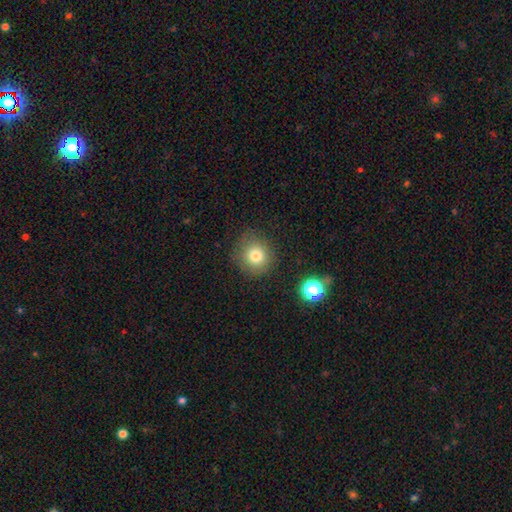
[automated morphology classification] Smooth or featured?
  - smooth: 78% *
  - star or artifact: 13%
  - featured or disk: 9%
How rounded?
  - round: 89% *
  - in between: 11%
  - cigar-shaped: 1%
Merging?
  - none: 82% *
  - minor disturbance: 12%
  - major disturbance: 4%
  - merger: 2%